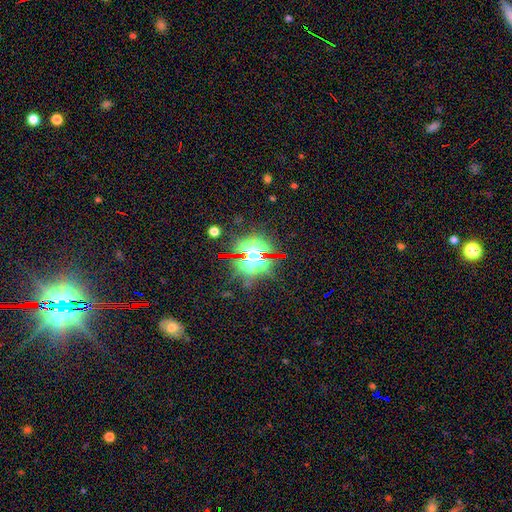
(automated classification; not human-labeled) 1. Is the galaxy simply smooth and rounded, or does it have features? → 80% star or artifact, 10% smooth, 10% featured or disk.